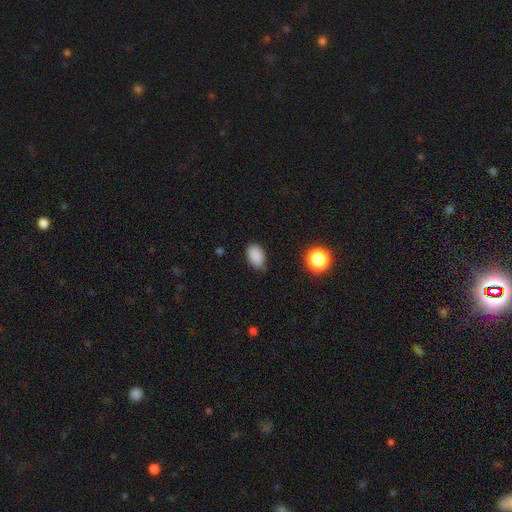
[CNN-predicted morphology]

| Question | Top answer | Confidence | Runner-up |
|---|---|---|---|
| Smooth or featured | smooth | 86% | star or artifact (10%) |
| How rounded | in between | 88% | round (11%) |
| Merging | none | 69% | minor disturbance (26%) |